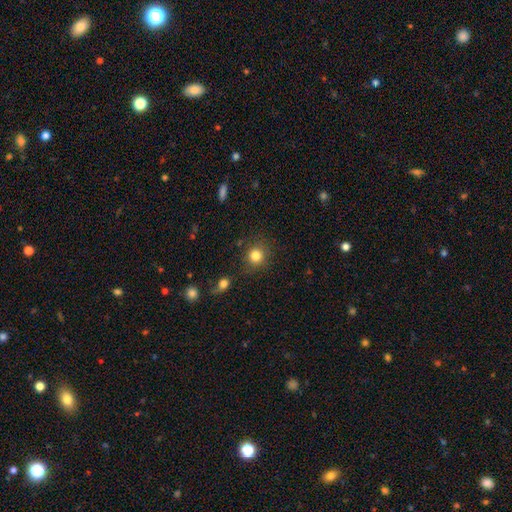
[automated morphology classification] smooth 83%, star or artifact 11%, featured or disk 6%. Down the decision tree: how rounded — round (89%); merging — none (82%).